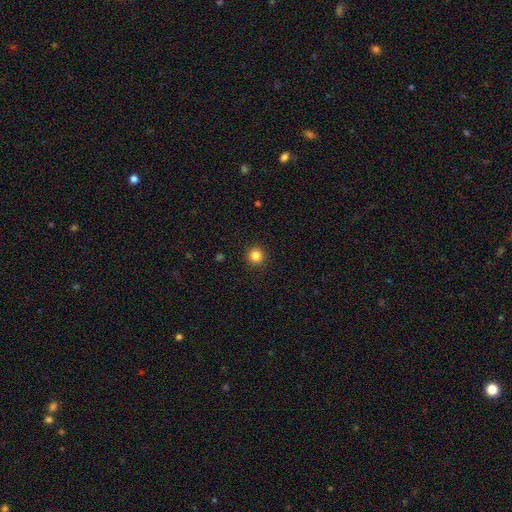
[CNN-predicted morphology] A smooth galaxy with no disk features (84%) that is round (96%).

Vote fractions:
- Smooth or featured? smooth: 84% / star or artifact: 12% / featured or disk: 4%
- How rounded? round: 96% / in between: 4% / cigar-shaped: 1%
- Merging? none: 93% / minor disturbance: 5% / major disturbance: 2% / merger: 1%